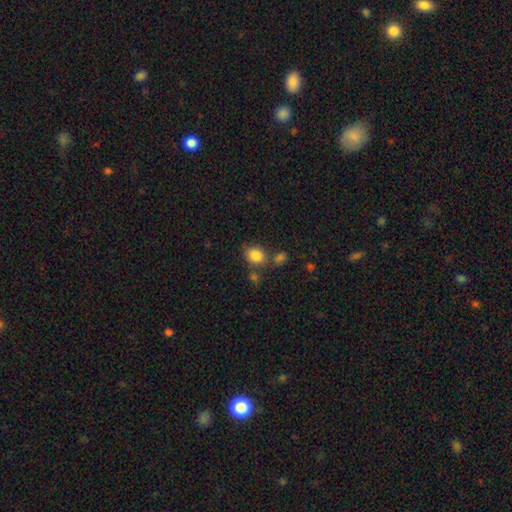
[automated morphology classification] smooth 85%, star or artifact 10%, featured or disk 6%. Down the decision tree: how rounded — in between (54%); merging — none (63%).